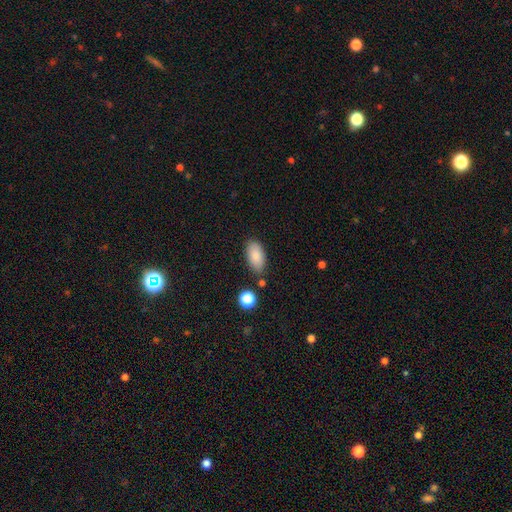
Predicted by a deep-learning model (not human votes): Smooth or featured?
  - smooth: 86% *
  - star or artifact: 7%
  - featured or disk: 7%
How rounded?
  - in between: 93% *
  - cigar-shaped: 4%
  - round: 3%
Merging?
  - none: 78% *
  - minor disturbance: 14%
  - merger: 4%
  - major disturbance: 3%